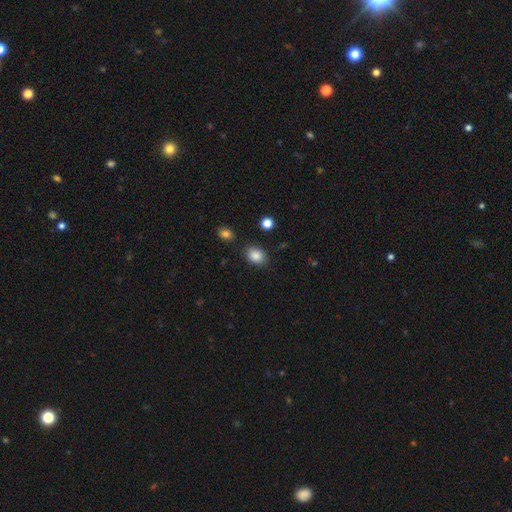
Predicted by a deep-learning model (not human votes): smooth_or_featured: smooth (p=0.86) [alt: star or artifact p=0.09]
how_rounded: in between (p=0.69) [alt: round p=0.29]
merging: none (p=0.83) [alt: minor disturbance p=0.11]